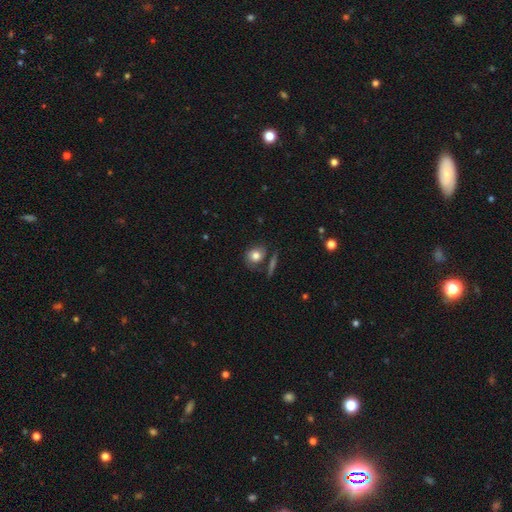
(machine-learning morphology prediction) Q: Smooth or featured?
A: smooth (78%); runner-up: featured or disk (13%)
Q: How rounded?
A: round (59%); runner-up: in between (39%)
Q: Merging?
A: none (65%); runner-up: minor disturbance (17%)